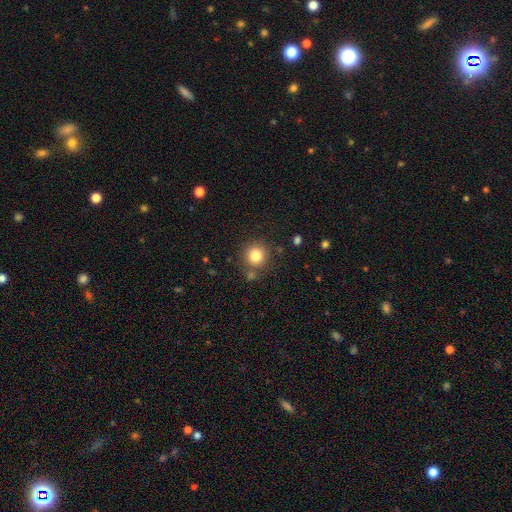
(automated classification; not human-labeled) Smooth or featured? Predicted: smooth (p=0.82). How rounded? Predicted: round (p=0.93). Merging? Predicted: none (p=0.80).